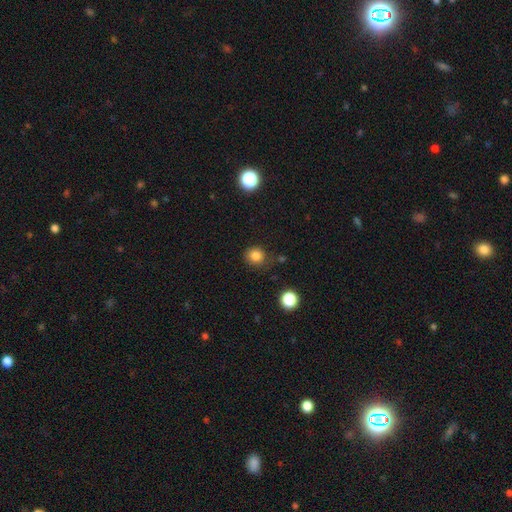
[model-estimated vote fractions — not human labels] Smooth or featured? smooth (82%)
How rounded? round (86%)
Merging? none (77%)